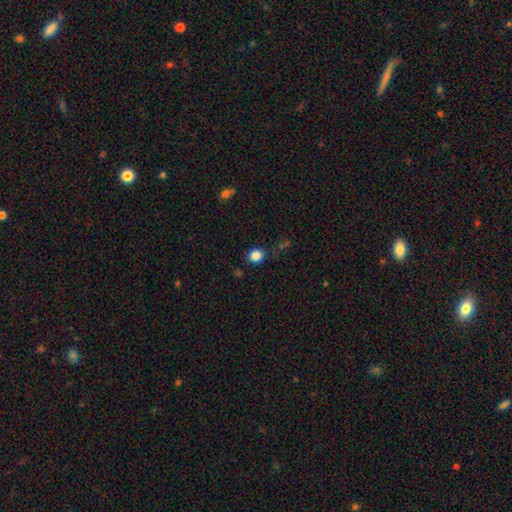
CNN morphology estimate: A smooth galaxy with no disk features (85%) that is round (71%). Merging: none (82%).